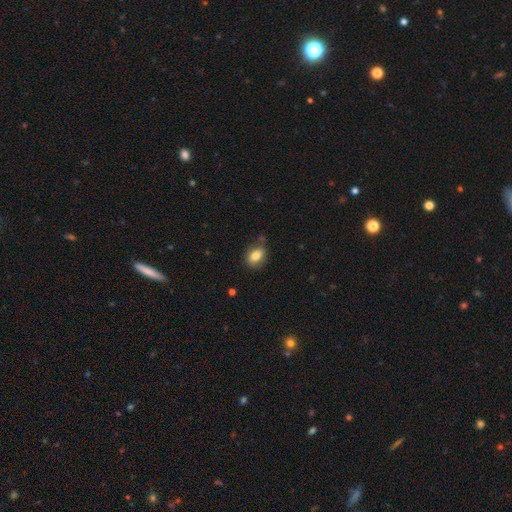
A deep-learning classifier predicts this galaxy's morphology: type=smooth (81%); roundness=in between (73%); merging=none (76%).